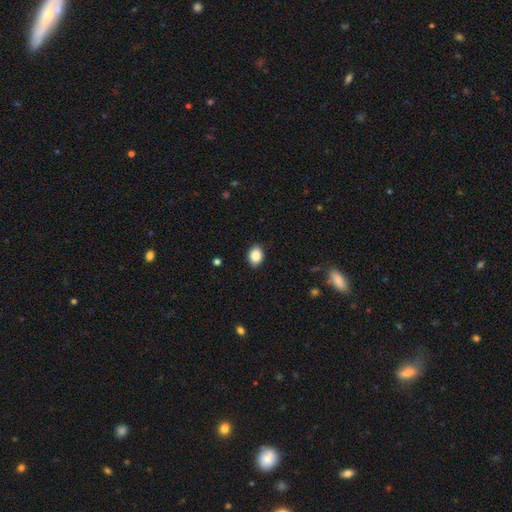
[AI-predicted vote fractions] smooth-or-featured: smooth: 87% | star or artifact: 8% | featured or disk: 5%
  how-rounded: in between: 69% | round: 30% | cigar-shaped: 1%
  merging: none: 88% | minor disturbance: 9% | major disturbance: 2% | merger: 1%